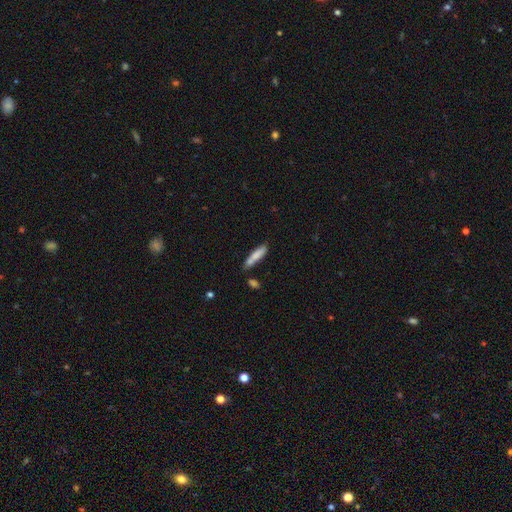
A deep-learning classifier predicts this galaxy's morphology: A smooth galaxy with no disk features (79%) that is cigar-shaped (74%).

Vote fractions:
- Smooth or featured? smooth: 79% / featured or disk: 14% / star or artifact: 7%
- How rounded? cigar-shaped: 74% / in between: 24% / round: 2%
- Merging? none: 58% / merger: 20% / minor disturbance: 17% / major disturbance: 4%